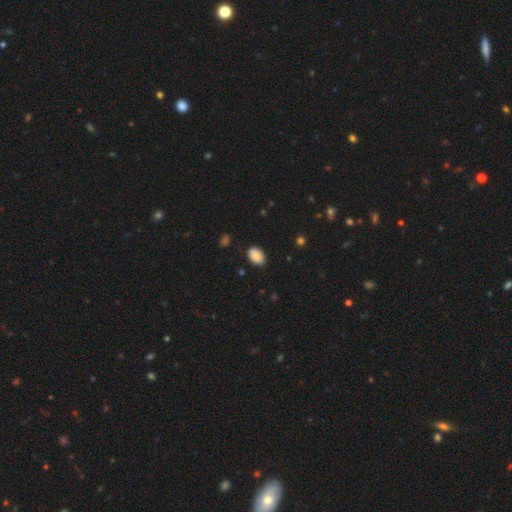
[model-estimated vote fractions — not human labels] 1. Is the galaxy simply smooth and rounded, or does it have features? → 87% smooth, 7% star or artifact, 5% featured or disk.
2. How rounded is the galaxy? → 87% in between, 12% round, 1% cigar-shaped.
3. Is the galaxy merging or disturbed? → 82% none, 14% minor disturbance, 3% major disturbance, 1% merger.